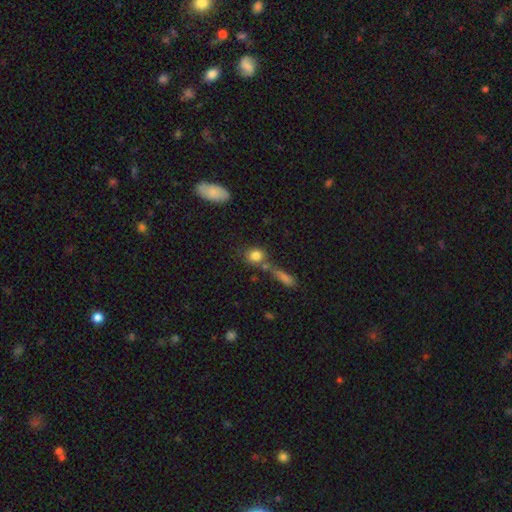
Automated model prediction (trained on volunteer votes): Smooth or featured: smooth — 81% (star or artifact — 11%)
How rounded: round — 66% (in between — 30%)
Merging: none — 55% (merger — 27%)